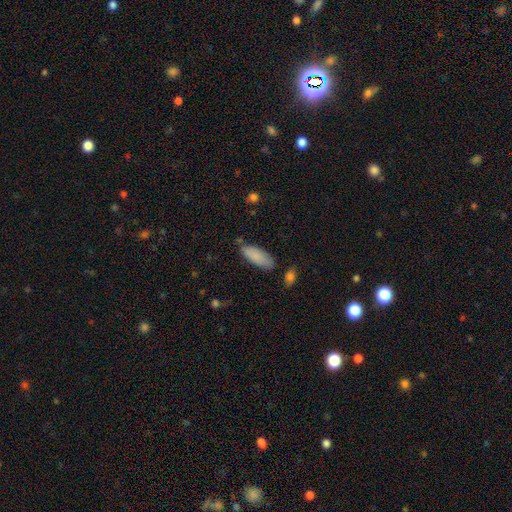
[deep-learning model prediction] The model was most divided on "how rounded": in between: 73%, cigar-shaped: 25%, round: 2%. More confident: smooth or featured — smooth (87%); merging — none (71%).